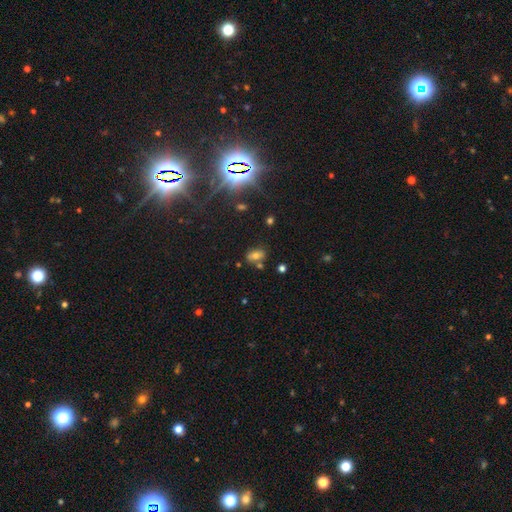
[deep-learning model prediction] Morphology: type=smooth (65%); roundness=in between (81%); merging=none (67%).